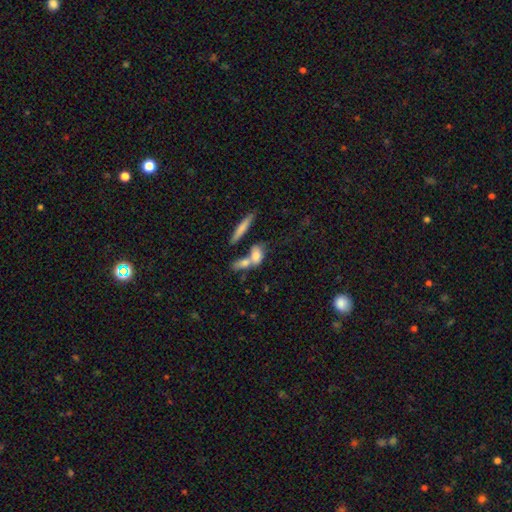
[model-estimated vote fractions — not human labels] Overall: smooth (69%). How rounded: in between (60%; cigar-shaped 25%). Merging: merger (46%; none 35%).